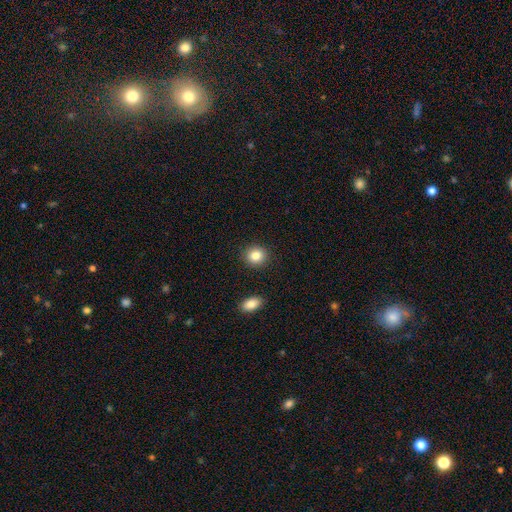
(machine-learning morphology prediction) This appears to be a smooth galaxy with no disk features (84%) that is round (83%). Merging: none (89%).